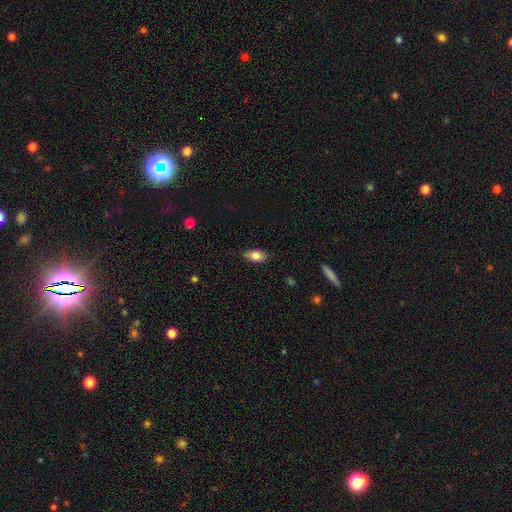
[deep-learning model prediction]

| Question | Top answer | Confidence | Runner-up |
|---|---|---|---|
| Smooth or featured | smooth | 81% | featured or disk (12%) |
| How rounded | in between | 89% | cigar-shaped (6%) |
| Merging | none | 82% | minor disturbance (15%) |